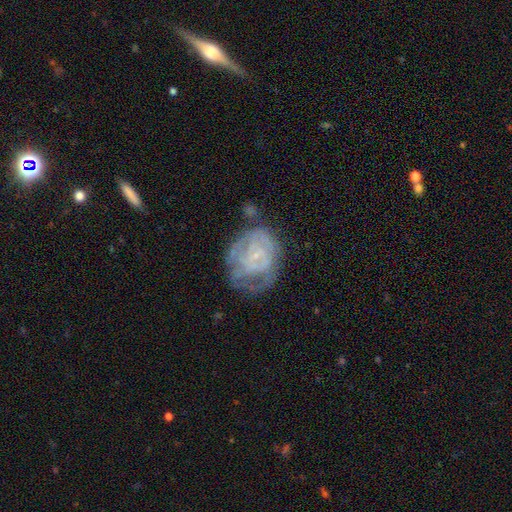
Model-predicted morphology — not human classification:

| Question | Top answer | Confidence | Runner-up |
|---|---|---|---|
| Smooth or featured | featured or disk | 72% | smooth (20%) |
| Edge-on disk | no | 98% | yes (2%) |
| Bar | no | 64% | weak (30%) |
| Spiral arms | yes | 71% | no (29%) |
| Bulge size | small | 71% | none (15%) |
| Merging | none | 43% | minor disturbance (27%) |